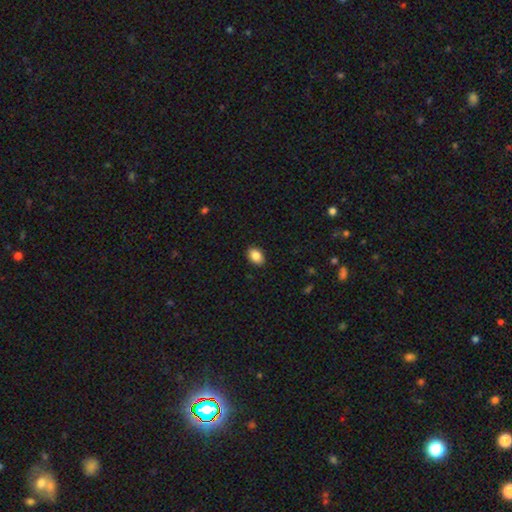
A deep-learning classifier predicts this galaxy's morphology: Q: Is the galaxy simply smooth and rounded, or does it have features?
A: smooth — 88%.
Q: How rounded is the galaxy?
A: in between — 84%.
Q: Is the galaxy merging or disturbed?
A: none — 89%.